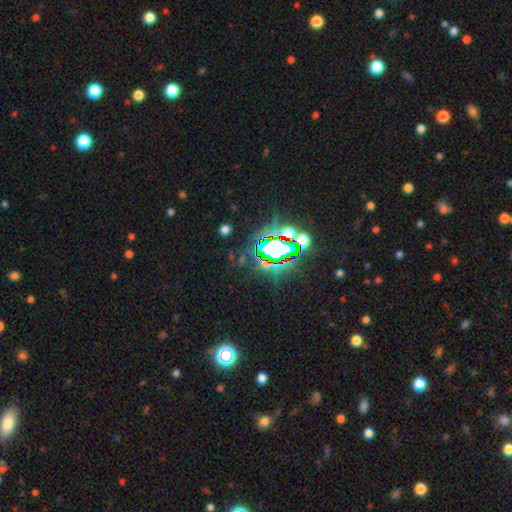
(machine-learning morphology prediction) smooth-or-featured: star or artifact: 83% | smooth: 10% | featured or disk: 7%